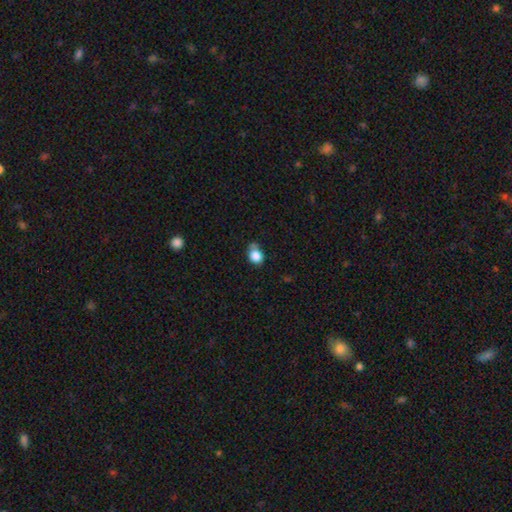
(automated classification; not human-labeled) smooth-or-featured: smooth: 84% | star or artifact: 10% | featured or disk: 7%
  how-rounded: round: 54% | in between: 45% | cigar-shaped: 1%
  merging: none: 49% | minor disturbance: 33% | major disturbance: 9% | merger: 9%